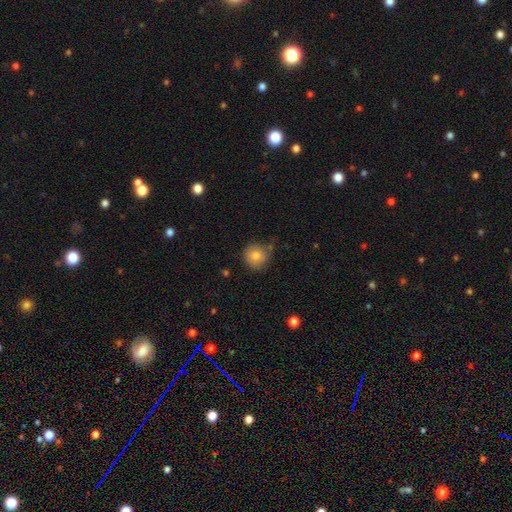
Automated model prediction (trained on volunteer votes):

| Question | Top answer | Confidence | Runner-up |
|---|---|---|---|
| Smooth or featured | smooth | 80% | star or artifact (10%) |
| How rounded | round | 92% | in between (7%) |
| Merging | none | 72% | minor disturbance (20%) |